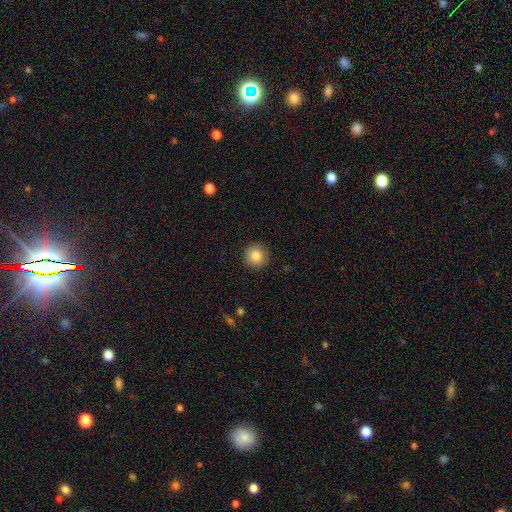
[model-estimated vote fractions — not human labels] smooth_or_featured: smooth (p=0.84) [alt: star or artifact p=0.09]
how_rounded: round (p=0.95) [alt: in between p=0.04]
merging: none (p=0.91) [alt: minor disturbance p=0.07]